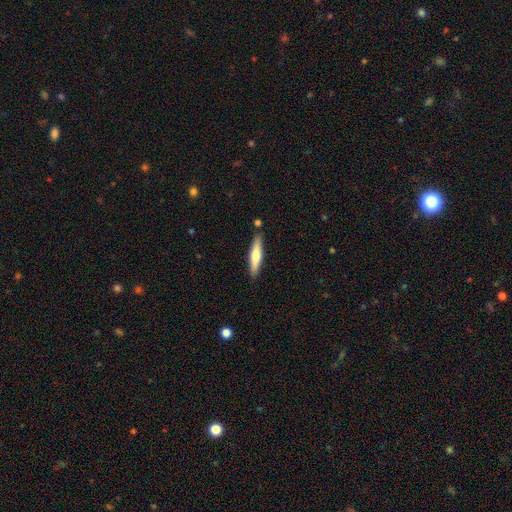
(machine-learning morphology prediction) A smooth galaxy with no disk features (60%) that is cigar-shaped (84%). Merging: none (86%).